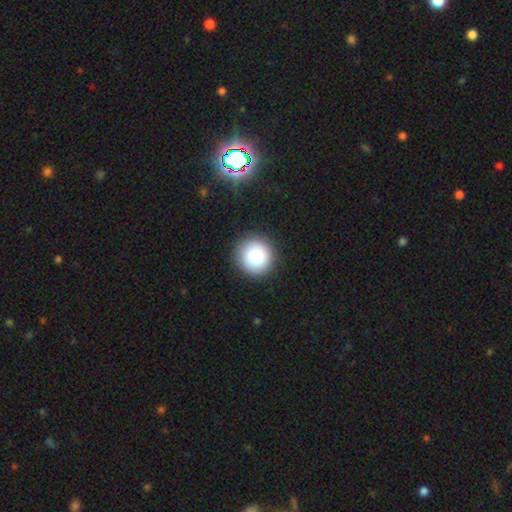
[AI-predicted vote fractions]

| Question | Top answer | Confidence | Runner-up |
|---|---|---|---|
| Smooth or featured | smooth | 83% | star or artifact (9%) |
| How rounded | round | 93% | in between (6%) |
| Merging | none | 91% | minor disturbance (6%) |